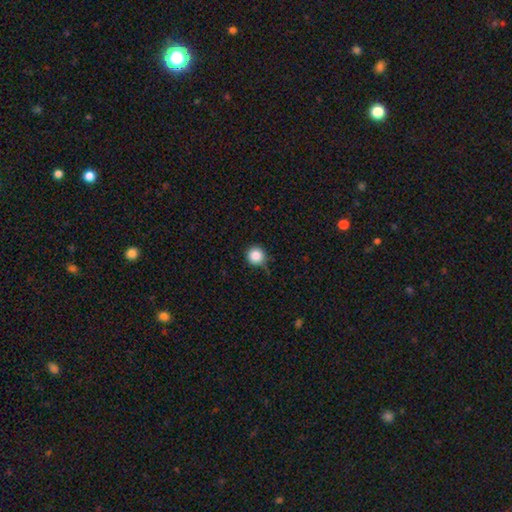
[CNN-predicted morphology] smooth-or-featured: smooth: 86% | star or artifact: 10% | featured or disk: 4%
  how-rounded: round: 95% | in between: 4% | cigar-shaped: 1%
  merging: none: 82% | minor disturbance: 14% | major disturbance: 2% | merger: 2%